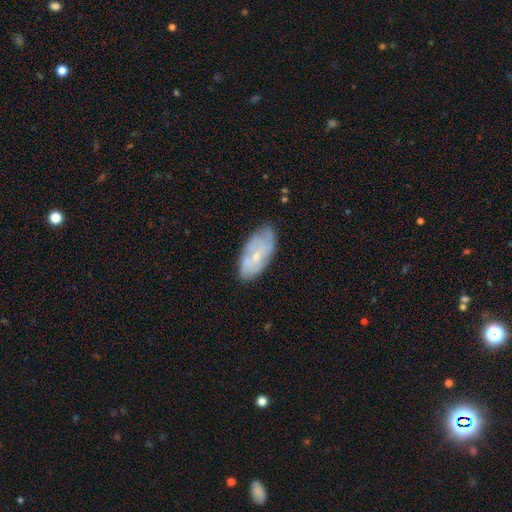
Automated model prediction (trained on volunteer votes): A featured or disk galaxy (55%).

Vote fractions:
- Smooth or featured? featured or disk: 55% / smooth: 38% / star or artifact: 7%
- Edge-on disk? no: 91% / yes: 9%
- Merging? none: 70% / minor disturbance: 22% / major disturbance: 5% / merger: 2%